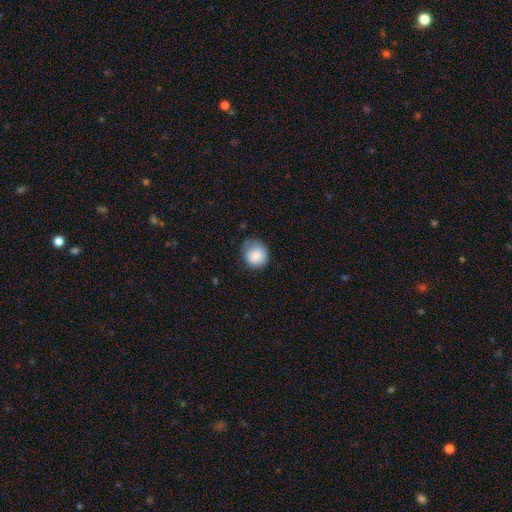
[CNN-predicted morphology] smooth_or_featured: smooth (p=0.86) [alt: star or artifact p=0.08]
how_rounded: round (p=0.78) [alt: in between p=0.21]
merging: none (p=0.63) [alt: minor disturbance p=0.28]